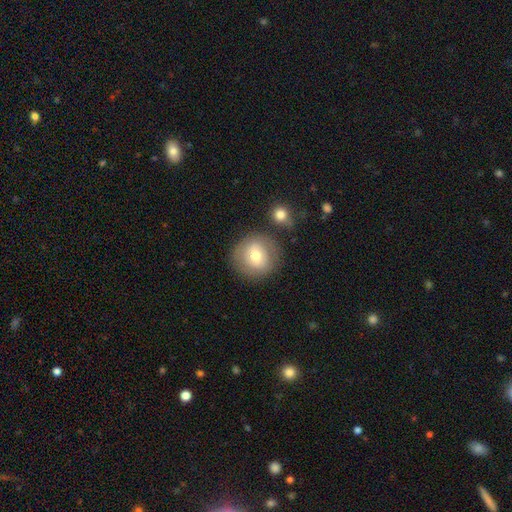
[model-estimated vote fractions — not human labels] Smooth or featured?
  - smooth: 68% *
  - featured or disk: 23%
  - star or artifact: 8%
How rounded?
  - round: 89% *
  - in between: 10%
  - cigar-shaped: 1%
Merging?
  - none: 75% *
  - minor disturbance: 13%
  - merger: 7%
  - major disturbance: 5%